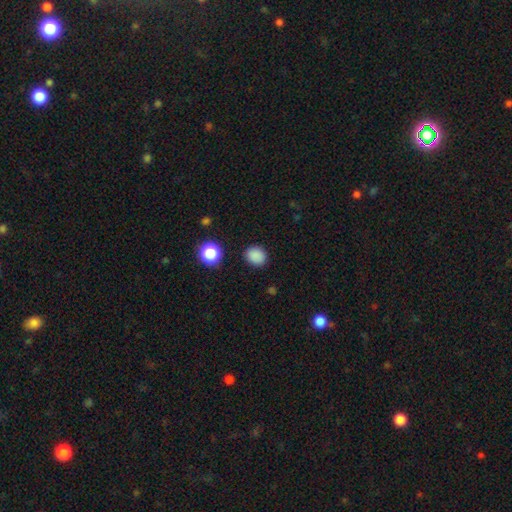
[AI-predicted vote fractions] Smooth or featured? smooth (85%)
How rounded? round (65%)
Merging? none (87%)